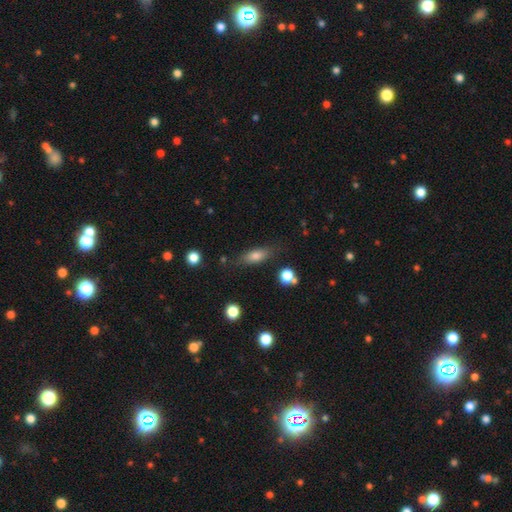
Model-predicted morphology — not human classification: Smooth or featured: smooth — 74% (featured or disk — 18%)
How rounded: in between — 66% (cigar-shaped — 29%)
Merging: none — 74% (minor disturbance — 17%)